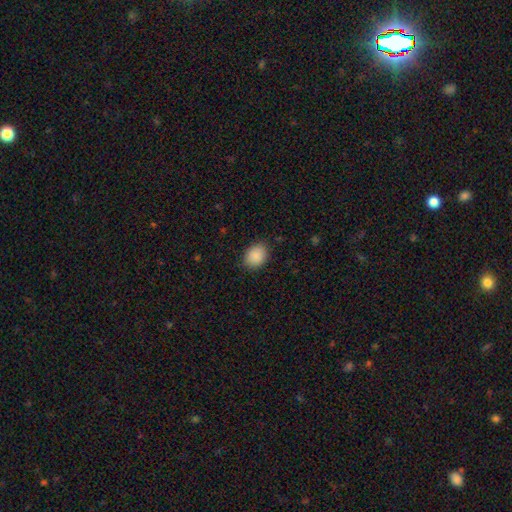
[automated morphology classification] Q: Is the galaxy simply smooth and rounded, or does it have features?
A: smooth — 89%.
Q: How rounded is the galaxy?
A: in between — 56%.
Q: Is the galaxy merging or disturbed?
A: none — 84%.